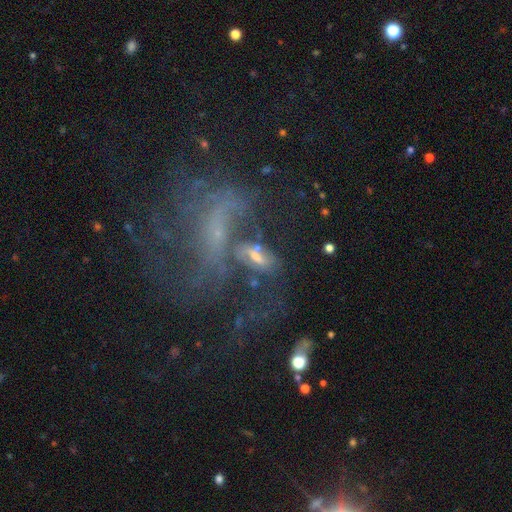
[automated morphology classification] A featured or disk galaxy (51%). Merging: none (34%).